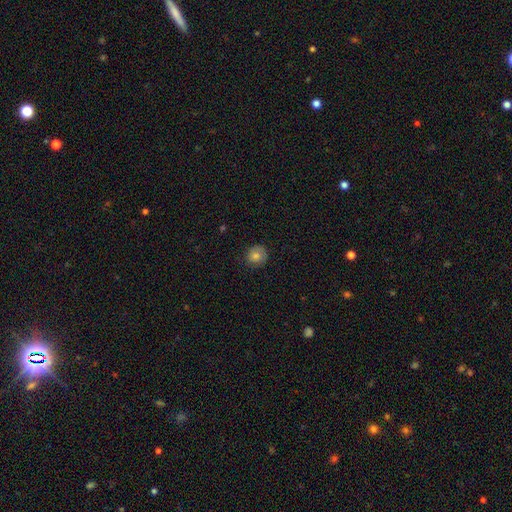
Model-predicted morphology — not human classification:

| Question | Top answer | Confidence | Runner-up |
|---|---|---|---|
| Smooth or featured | smooth | 74% | featured or disk (17%) |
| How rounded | round | 86% | in between (13%) |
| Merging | none | 81% | minor disturbance (14%) |